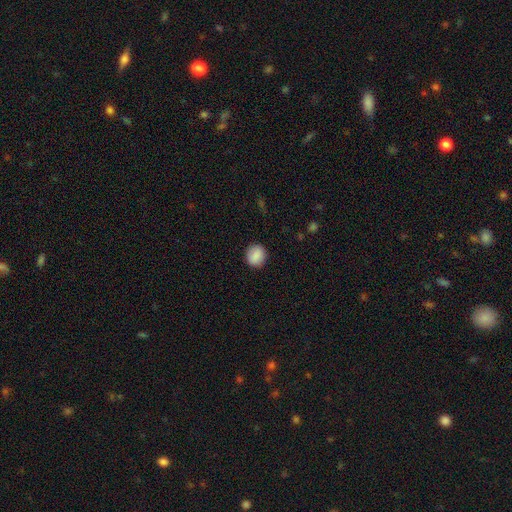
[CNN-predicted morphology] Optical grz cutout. It shows a smooth galaxy with no disk features (88%) that is round (83%). Merging: none (89%).